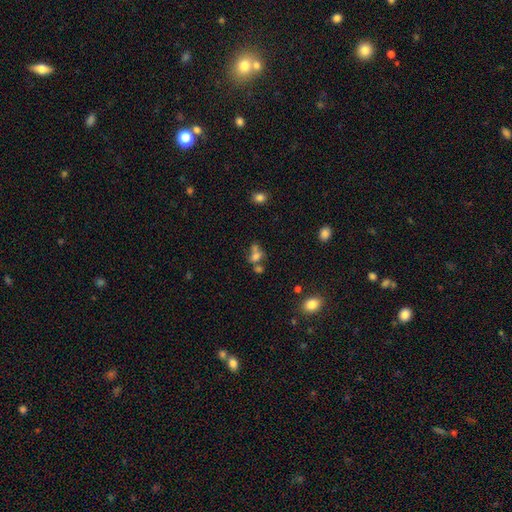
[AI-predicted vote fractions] Smooth or featured? smooth (61%)
How rounded? in between (60%)
Merging? merger (48%)